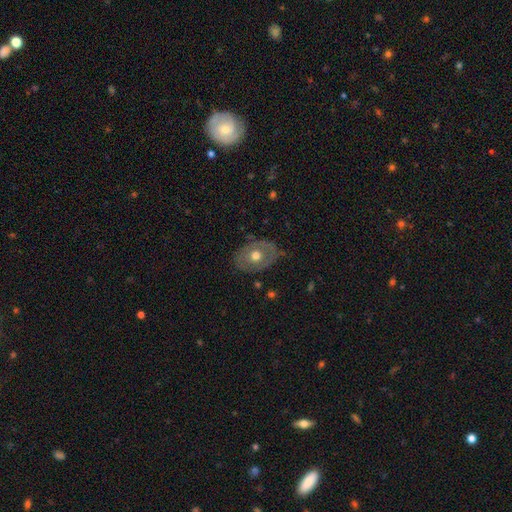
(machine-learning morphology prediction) The model was most divided on "smooth or featured" (2-way tie): smooth: 47%, featured or disk: 47%, star or artifact: 6%. More confident: merging — none (76%).